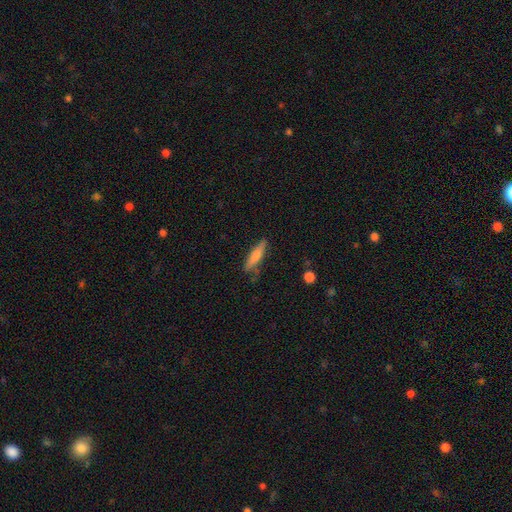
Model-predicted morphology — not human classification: Overall: smooth (67%). How rounded: cigar-shaped (81%). Merging: none (75%).